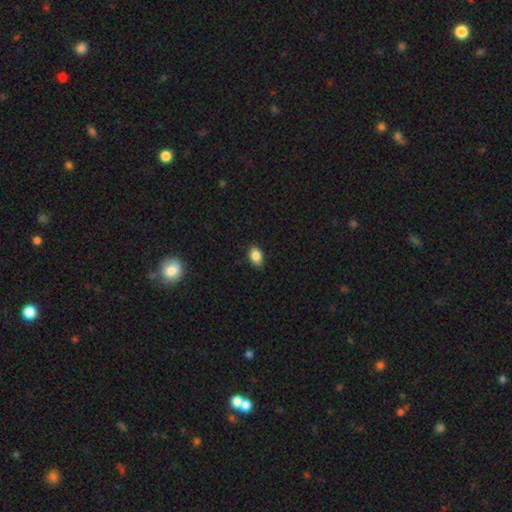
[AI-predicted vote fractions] Smooth or featured? Predicted: smooth (p=0.85). How rounded? Predicted: in between (p=0.83). Merging? Predicted: none (p=0.81).